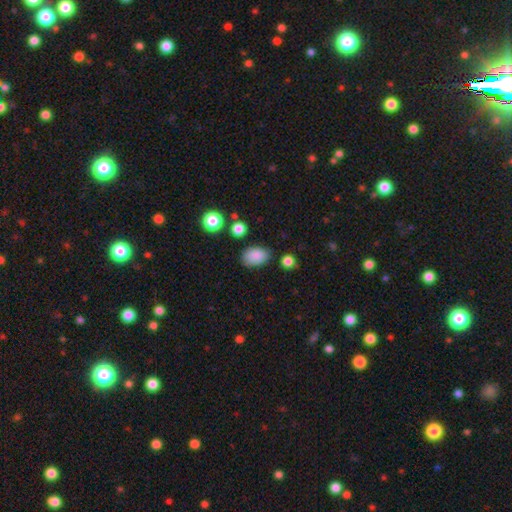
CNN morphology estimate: Smooth or featured: smooth — 87% (star or artifact — 8%)
How rounded: in between — 87% (round — 12%)
Merging: none — 77% (minor disturbance — 16%)